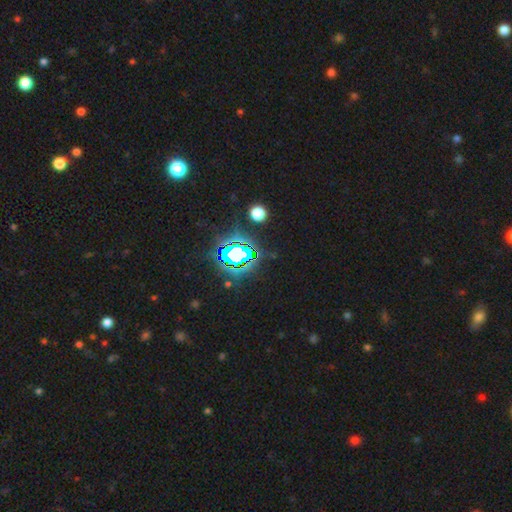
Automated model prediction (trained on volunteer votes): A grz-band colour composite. It shows a star or artifact, not a galaxy (81%).